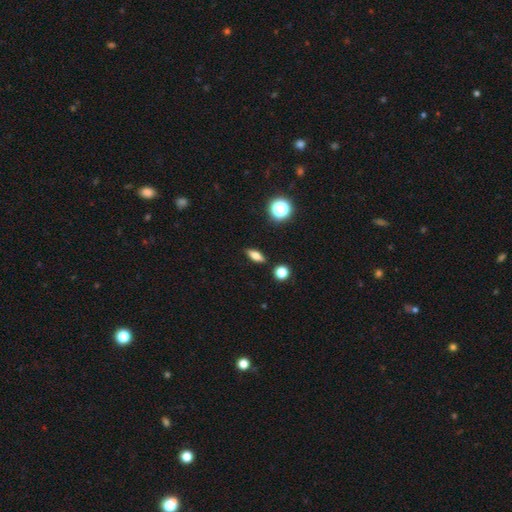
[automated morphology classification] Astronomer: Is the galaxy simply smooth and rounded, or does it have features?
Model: smooth — 62%.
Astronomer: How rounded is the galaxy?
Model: in between — 56% (runner-up: cigar-shaped, 34%).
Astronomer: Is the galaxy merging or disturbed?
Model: none — 88%.